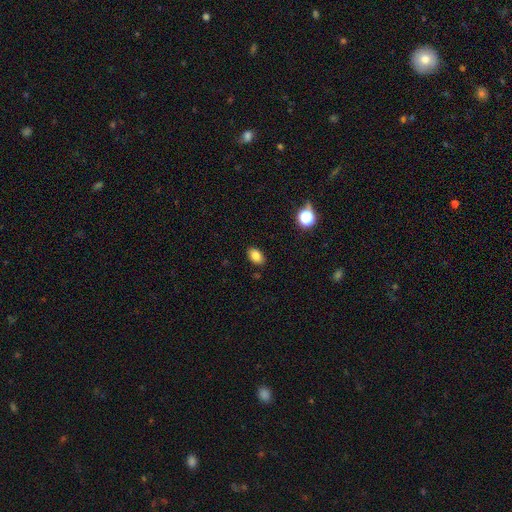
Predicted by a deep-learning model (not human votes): Morphology: type=smooth (84%); roundness=in between (86%); merging=none (88%).